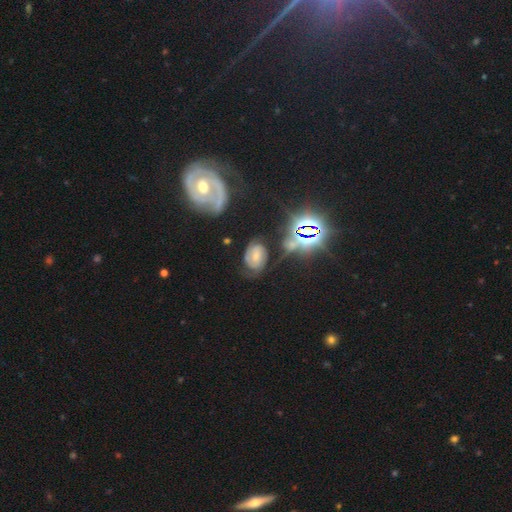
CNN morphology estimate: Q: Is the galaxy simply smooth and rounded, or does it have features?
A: featured or disk — 55%.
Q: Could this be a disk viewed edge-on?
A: no — 96%.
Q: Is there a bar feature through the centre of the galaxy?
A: weak — 43%.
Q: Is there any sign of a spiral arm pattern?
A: yes — 86%.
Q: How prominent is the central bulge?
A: small — 51%.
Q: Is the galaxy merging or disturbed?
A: none — 61%.